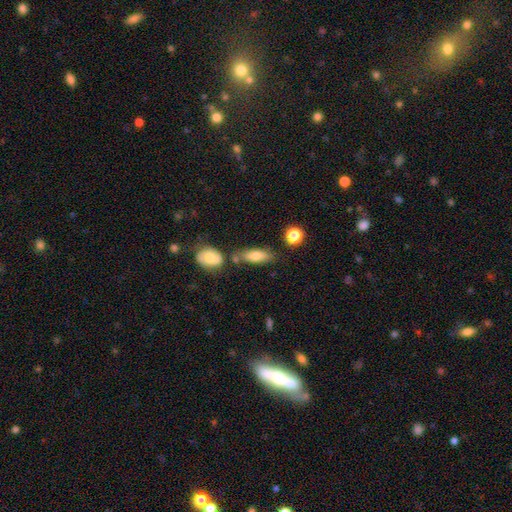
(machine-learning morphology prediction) Q: Smooth or featured?
A: smooth (73%); runner-up: featured or disk (19%)
Q: How rounded?
A: in between (70%); runner-up: cigar-shaped (27%)
Q: Merging?
A: none (65%); runner-up: minor disturbance (17%)